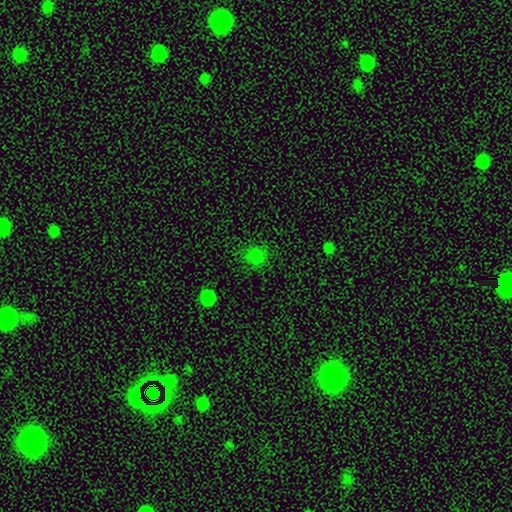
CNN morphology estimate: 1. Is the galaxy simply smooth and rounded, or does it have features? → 73% smooth, 23% star or artifact, 4% featured or disk.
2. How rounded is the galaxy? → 89% round, 10% in between, 1% cigar-shaped.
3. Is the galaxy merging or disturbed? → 85% none, 9% minor disturbance, 3% major disturbance, 2% merger.